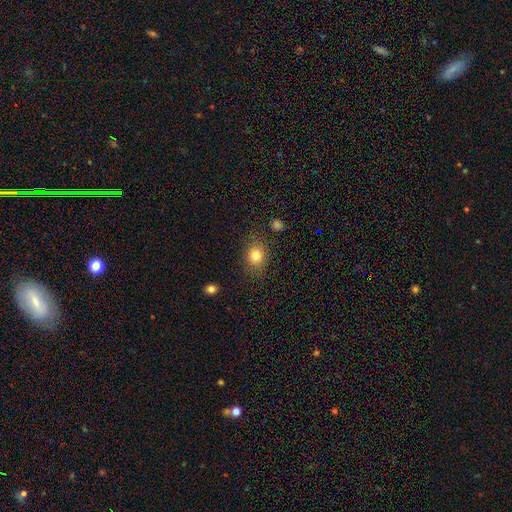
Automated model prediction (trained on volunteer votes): Q: Smooth or featured?
A: smooth (82%); runner-up: star or artifact (11%)
Q: How rounded?
A: round (57%); runner-up: in between (41%)
Q: Merging?
A: none (84%); runner-up: minor disturbance (11%)